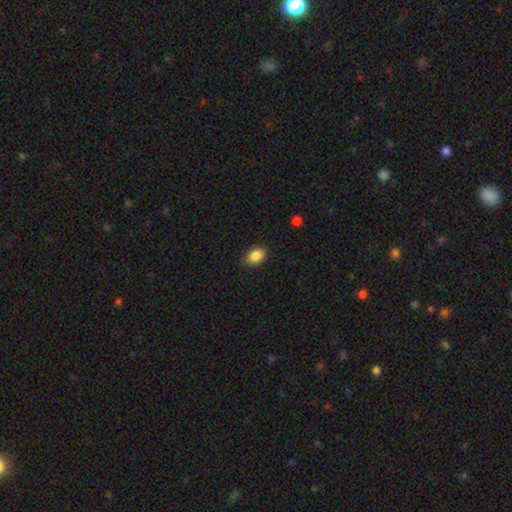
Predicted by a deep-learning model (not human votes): A smooth galaxy with no disk features (87%) that is in between round and cigar-shaped (77%).

Vote fractions:
- Smooth or featured? smooth: 87% / star or artifact: 8% / featured or disk: 4%
- How rounded? in between: 77% / round: 22% / cigar-shaped: 1%
- Merging? none: 84% / minor disturbance: 13% / major disturbance: 2% / merger: 1%